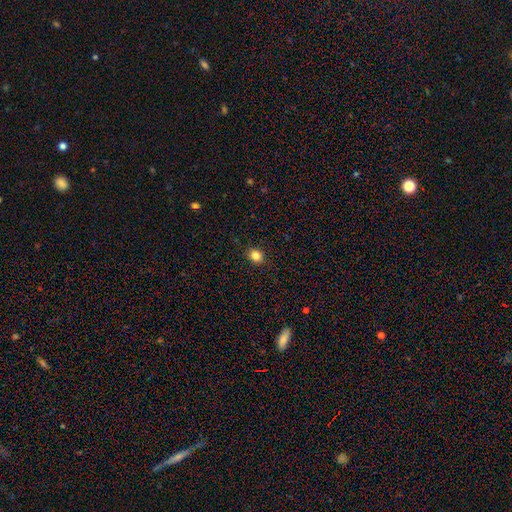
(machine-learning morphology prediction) Q: Smooth or featured?
A: smooth (84%); runner-up: star or artifact (12%)
Q: How rounded?
A: round (70%); runner-up: in between (29%)
Q: Merging?
A: none (90%); runner-up: minor disturbance (7%)